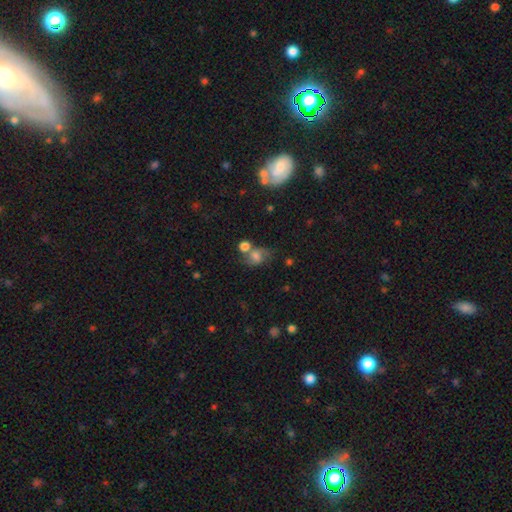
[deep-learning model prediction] Smooth or featured: smooth — 61% (featured or disk — 24%)
How rounded: round — 49% (tied with in between — 49%)
Merging: none — 37% (merger — 36%)